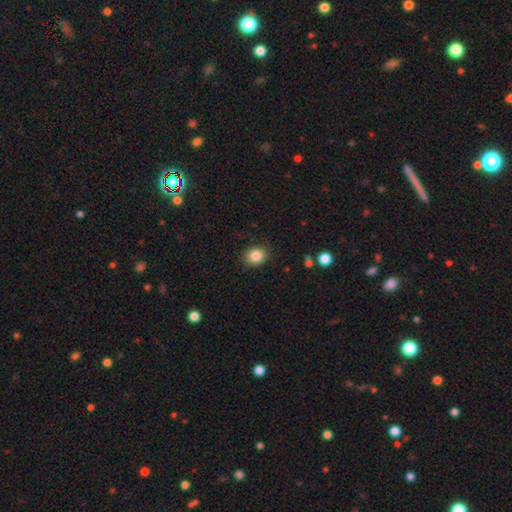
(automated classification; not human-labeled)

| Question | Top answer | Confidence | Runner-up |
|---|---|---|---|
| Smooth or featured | smooth | 86% | star or artifact (9%) |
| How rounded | round | 55% | in between (44%) |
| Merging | none | 87% | minor disturbance (9%) |